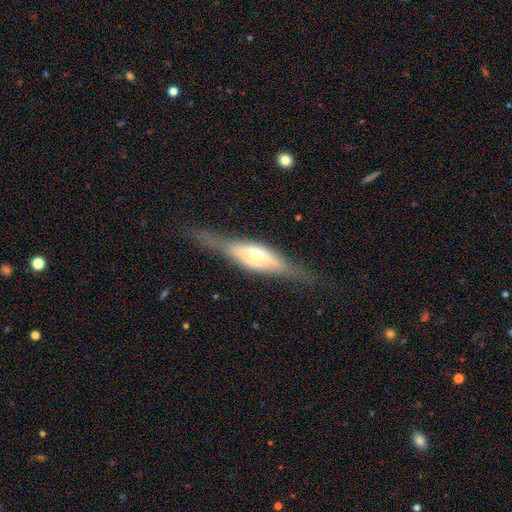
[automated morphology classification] Smooth or featured? Predicted: featured or disk (p=0.68). Edge-on disk? Predicted: yes (p=0.88). Edge-on bulge? Predicted: rounded (p=0.80). Merging? Predicted: none (p=0.68).